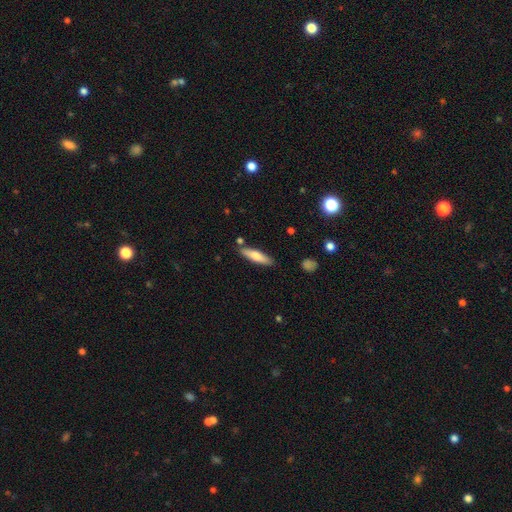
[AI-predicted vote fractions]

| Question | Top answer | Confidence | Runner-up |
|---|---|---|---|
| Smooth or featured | smooth | 64% | featured or disk (30%) |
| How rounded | cigar-shaped | 73% | in between (25%) |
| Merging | none | 83% | minor disturbance (11%) |